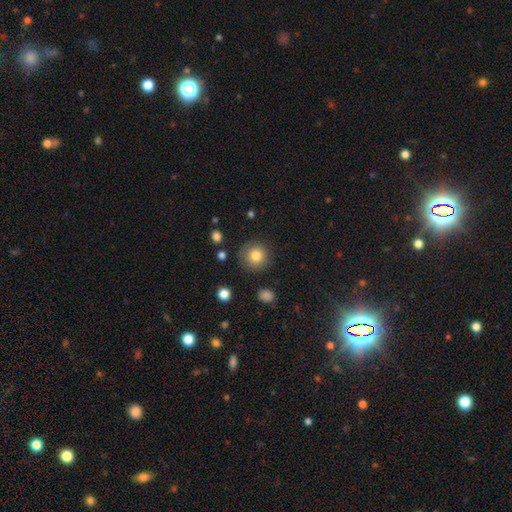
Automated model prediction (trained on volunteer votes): This appears to be a smooth galaxy with no disk features (81%) that is round (94%). Merging: none (85%).